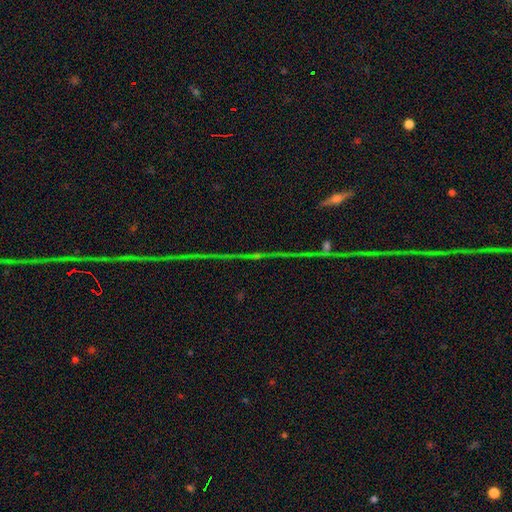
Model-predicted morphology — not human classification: Smooth or featured?
  - star or artifact: 76% *
  - featured or disk: 14%
  - smooth: 10%